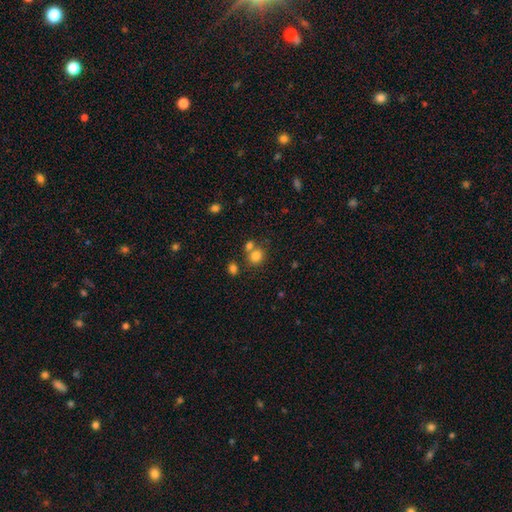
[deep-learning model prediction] Smooth or featured? Predicted: smooth (p=0.79). How rounded? Predicted: round (p=0.67). Merging? Predicted: none (p=0.56).